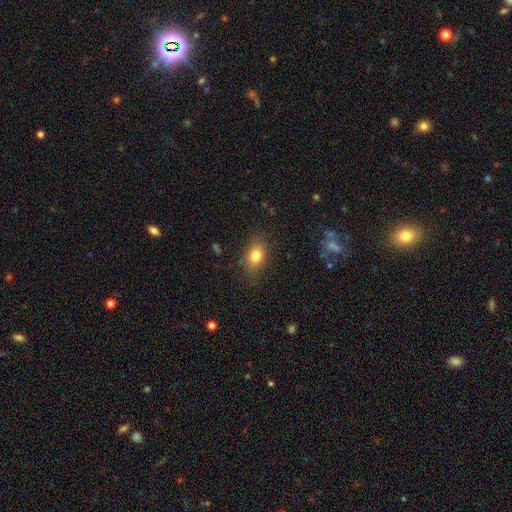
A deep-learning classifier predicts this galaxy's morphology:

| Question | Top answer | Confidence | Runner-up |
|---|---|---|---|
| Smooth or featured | smooth | 80% | featured or disk (10%) |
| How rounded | in between | 78% | round (20%) |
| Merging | none | 81% | minor disturbance (14%) |